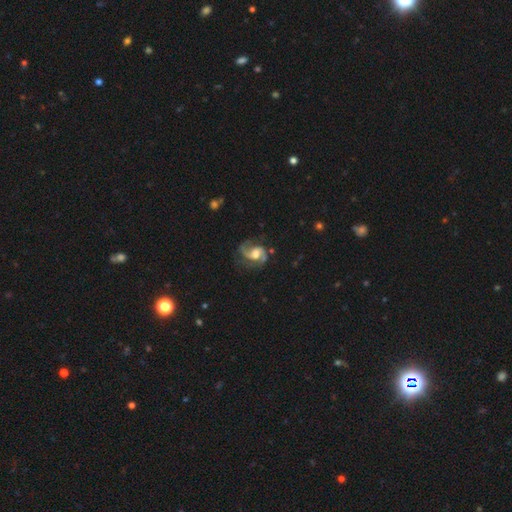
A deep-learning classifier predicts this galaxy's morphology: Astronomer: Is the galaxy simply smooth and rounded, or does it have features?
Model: featured or disk — 87%.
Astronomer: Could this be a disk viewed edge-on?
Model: no — 98%.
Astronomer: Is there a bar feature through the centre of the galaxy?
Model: weak — 46% (runner-up: no, 43%).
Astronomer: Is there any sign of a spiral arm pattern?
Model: yes — 97%.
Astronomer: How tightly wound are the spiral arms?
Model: medium — 51% (runner-up: loose, 37%).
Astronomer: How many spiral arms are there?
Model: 2 — 88%.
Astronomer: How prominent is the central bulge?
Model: moderate — 49% (runner-up: large, 27%).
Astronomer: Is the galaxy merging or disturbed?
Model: none — 66%.